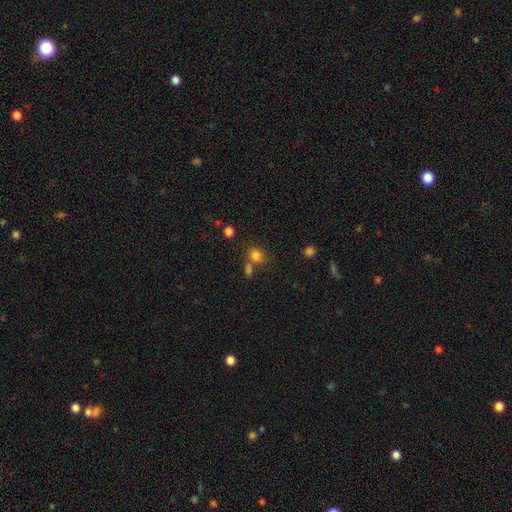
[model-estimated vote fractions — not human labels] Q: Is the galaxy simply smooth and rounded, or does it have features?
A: smooth — 79%.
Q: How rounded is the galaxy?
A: round — 66%.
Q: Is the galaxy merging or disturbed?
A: none — 58%.